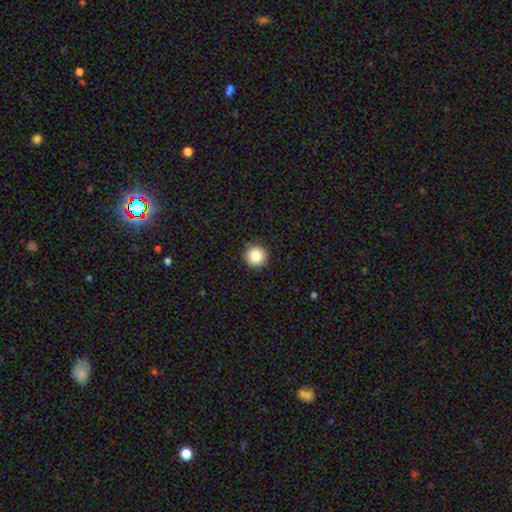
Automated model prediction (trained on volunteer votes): The model was most divided on "smooth or featured": smooth: 85%, star or artifact: 10%, featured or disk: 6%. More confident: how rounded — round (96%); merging — none (92%).